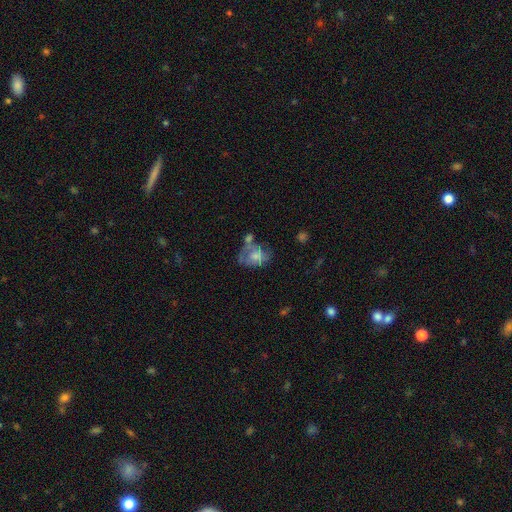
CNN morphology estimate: smooth 48%, featured or disk 44%, star or artifact 8%. Down the decision tree: merging — none (30%).